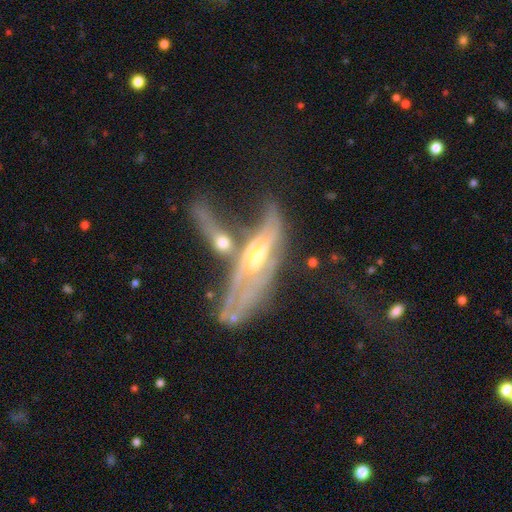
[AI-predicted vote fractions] Q: Smooth or featured?
A: featured or disk (76%); runner-up: smooth (16%)
Q: Edge-on disk?
A: no (62%); runner-up: yes (38%)
Q: Merging?
A: merger (55%); runner-up: none (18%)